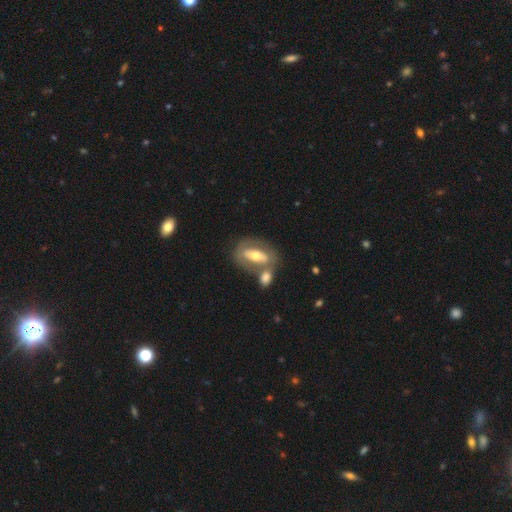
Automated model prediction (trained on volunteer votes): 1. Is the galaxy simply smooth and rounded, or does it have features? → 58% featured or disk, 36% smooth, 6% star or artifact.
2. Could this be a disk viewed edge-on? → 81% no, 19% yes.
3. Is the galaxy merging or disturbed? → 46% none, 36% merger, 12% minor disturbance, 6% major disturbance.